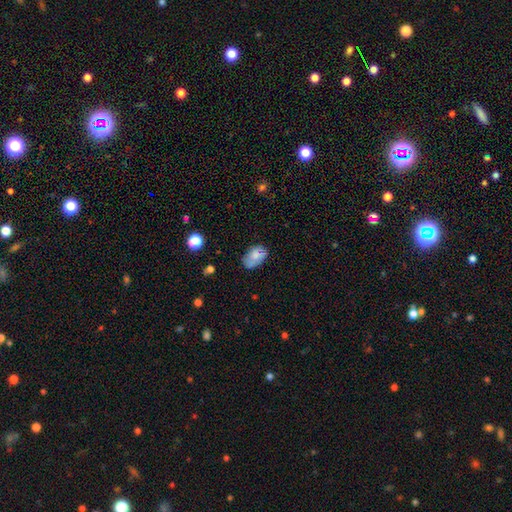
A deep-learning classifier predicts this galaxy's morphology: smooth-or-featured: smooth: 71% | featured or disk: 20% | star or artifact: 9%
  how-rounded: in between: 89% | round: 9% | cigar-shaped: 1%
  merging: none: 58% | minor disturbance: 30% | major disturbance: 9% | merger: 2%